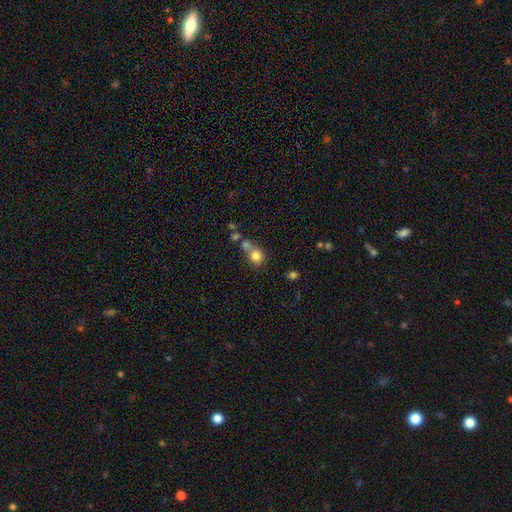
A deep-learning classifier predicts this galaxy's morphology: A smooth galaxy with no disk features (78%) that is round (82%).

Vote fractions:
- Smooth or featured? smooth: 78% / star or artifact: 12% / featured or disk: 10%
- How rounded? round: 82% / in between: 17% / cigar-shaped: 1%
- Merging? none: 45% / merger: 40% / minor disturbance: 10% / major disturbance: 5%